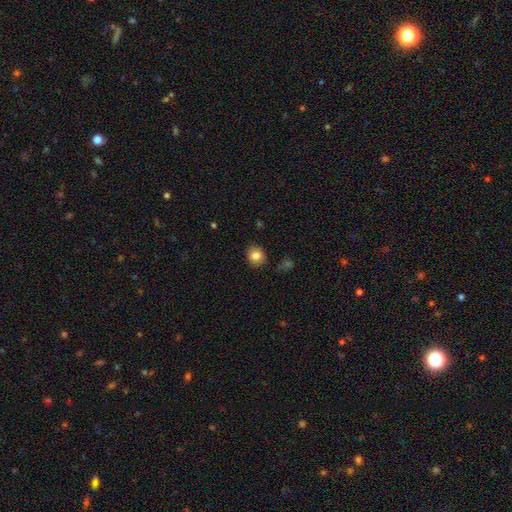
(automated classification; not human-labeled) Smooth or featured? Predicted: smooth (p=0.83). How rounded? Predicted: round (p=0.77). Merging? Predicted: none (p=0.81).